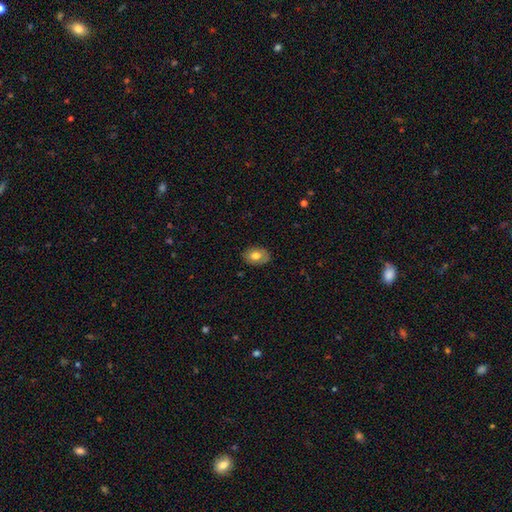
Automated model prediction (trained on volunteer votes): Smooth or featured: smooth — 73% (featured or disk — 19%)
How rounded: in between — 74% (round — 25%)
Merging: none — 84% (minor disturbance — 13%)